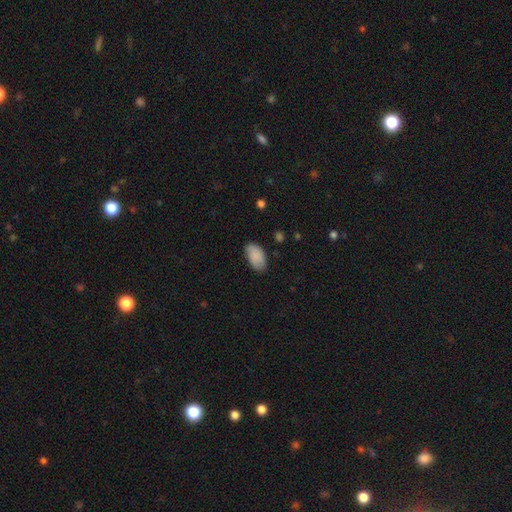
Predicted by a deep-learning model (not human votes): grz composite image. It shows a smooth galaxy with no disk features (86%) that is in between round and cigar-shaped (95%). Merging: none (75%).